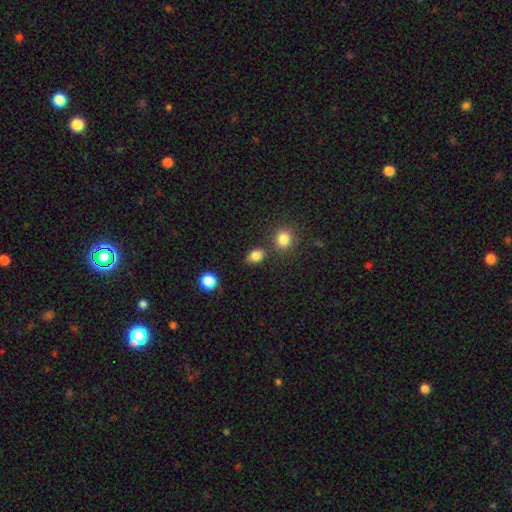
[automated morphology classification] Smooth or featured?
  - smooth: 84% *
  - star or artifact: 11%
  - featured or disk: 5%
How rounded?
  - in between: 66% *
  - round: 33%
  - cigar-shaped: 1%
Merging?
  - none: 77% *
  - minor disturbance: 11%
  - merger: 10%
  - major disturbance: 3%